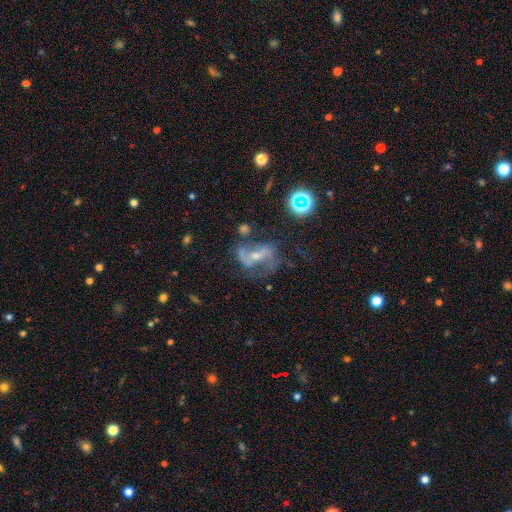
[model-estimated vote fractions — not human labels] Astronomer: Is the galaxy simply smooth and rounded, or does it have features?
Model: featured or disk — 75%.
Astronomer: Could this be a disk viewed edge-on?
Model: no — 95%.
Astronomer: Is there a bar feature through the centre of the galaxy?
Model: strong — 38% (runner-up: weak, 36%).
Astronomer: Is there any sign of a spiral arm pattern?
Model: yes — 85%.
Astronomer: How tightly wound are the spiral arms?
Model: loose — 46% (runner-up: medium, 40%).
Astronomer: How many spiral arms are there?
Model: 2 — 75%.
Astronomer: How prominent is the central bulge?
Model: small — 53% (runner-up: moderate, 40%).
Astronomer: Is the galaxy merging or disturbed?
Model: none — 44% (runner-up: major disturbance, 27%).